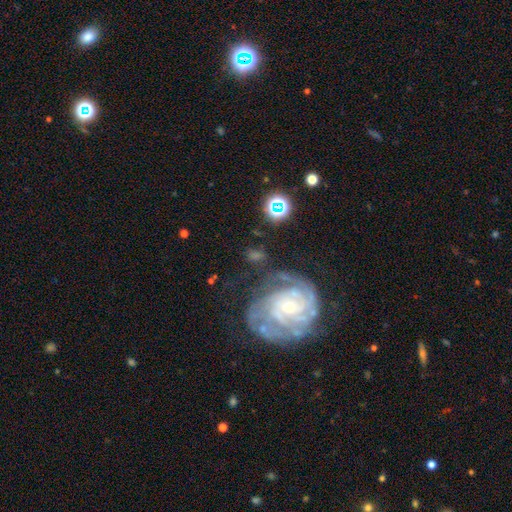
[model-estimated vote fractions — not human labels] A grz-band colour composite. It shows a featured or disk galaxy (79%) with no bar (65%), tight (67%) spiral arms (93%) and a small central bulge (63%). Merging: none (57%).